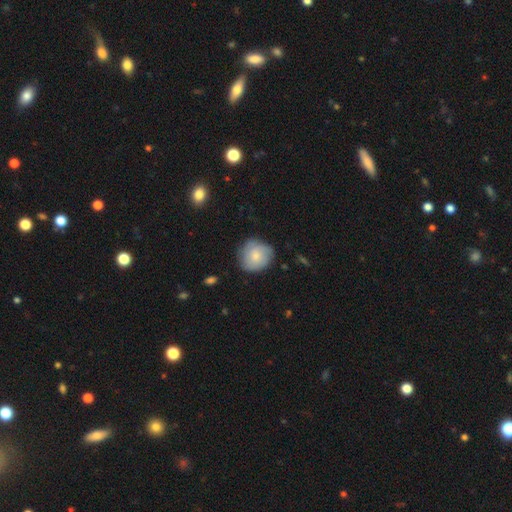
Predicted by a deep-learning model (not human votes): smooth 68%, featured or disk 26%, star or artifact 7%. Down the decision tree: how rounded — round (86%); merging — none (75%).